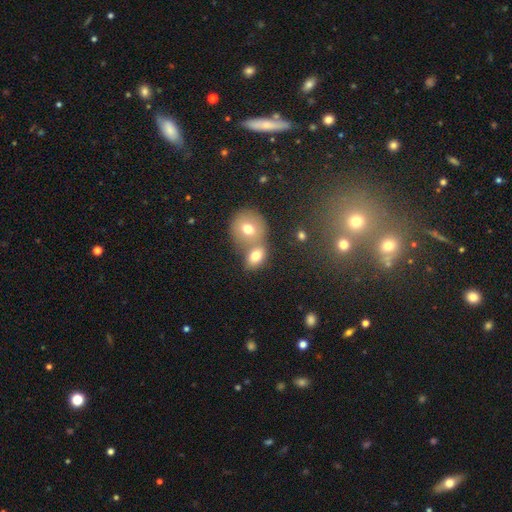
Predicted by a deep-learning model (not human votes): A smooth galaxy with no disk features (75%) that is in between round and cigar-shaped (57%).

Vote fractions:
- Smooth or featured? smooth: 75% / featured or disk: 15% / star or artifact: 10%
- How rounded? in between: 57% / round: 41% / cigar-shaped: 2%
- Merging? merger: 48% / none: 38% / minor disturbance: 10% / major disturbance: 4%